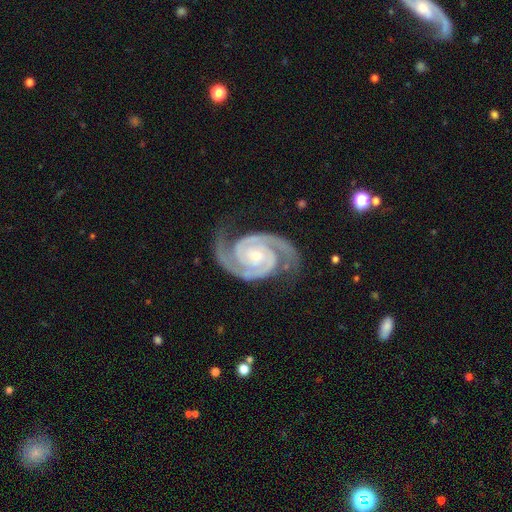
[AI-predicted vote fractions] Overall: featured or disk (95%). Edge-on disk: no (98%). Bar: no (66%). Spiral arms: yes (99%). Spiral arm count: 2 (94%). Spiral winding: tight (65%; medium 32%). Bulge size: small (64%; moderate 31%). Merging: none (80%).